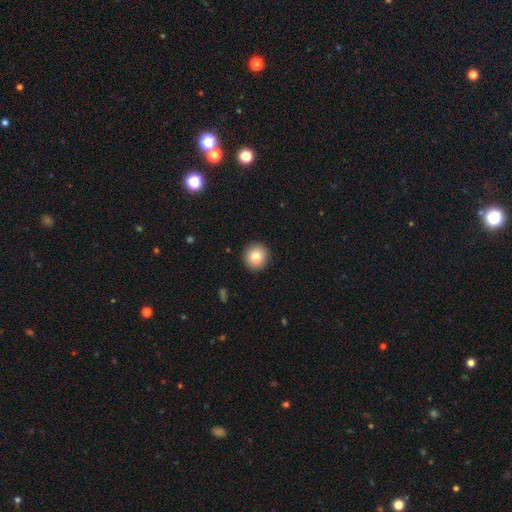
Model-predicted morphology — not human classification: smooth 80%, featured or disk 11%, star or artifact 9%. Down the decision tree: how rounded — round (91%); merging — none (82%).